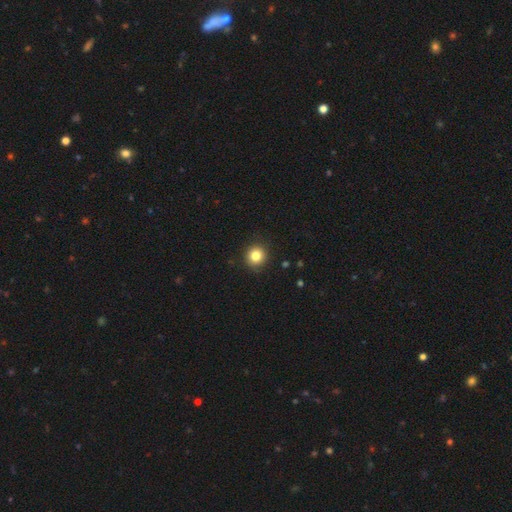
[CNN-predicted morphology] smooth_or_featured: smooth (p=0.83) [alt: star or artifact p=0.11]
how_rounded: round (p=0.93) [alt: in between p=0.06]
merging: none (p=0.90) [alt: minor disturbance p=0.07]